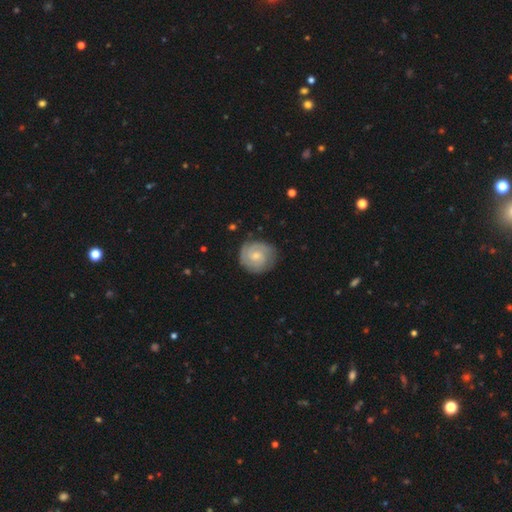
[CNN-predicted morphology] Q: Smooth or featured?
A: featured or disk (74%); runner-up: smooth (21%)
Q: Edge-on disk?
A: no (98%); runner-up: yes (2%)
Q: Bar?
A: no (60%); runner-up: weak (36%)
Q: Spiral arms?
A: yes (95%); runner-up: no (5%)
Q: Spiral winding?
A: tight (70%); runner-up: medium (24%)
Q: Spiral arm count?
A: 2 (56%); runner-up: can't tell (19%)
Q: Bulge size?
A: small (49%); runner-up: moderate (42%)
Q: Merging?
A: none (81%); runner-up: minor disturbance (14%)